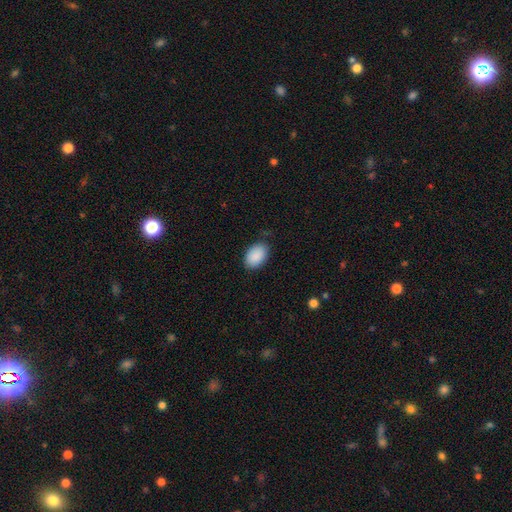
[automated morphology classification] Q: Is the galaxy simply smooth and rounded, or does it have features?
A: smooth — 90%.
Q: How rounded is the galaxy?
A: in between — 89%.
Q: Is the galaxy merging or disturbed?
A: none — 80%.